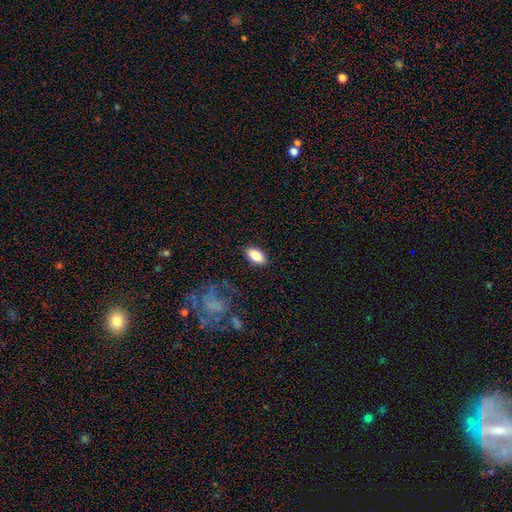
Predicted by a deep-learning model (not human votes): The model was most divided on "smooth or featured": smooth: 84%, featured or disk: 8%, star or artifact: 8%. More confident: how rounded — in between (91%); merging — none (86%).